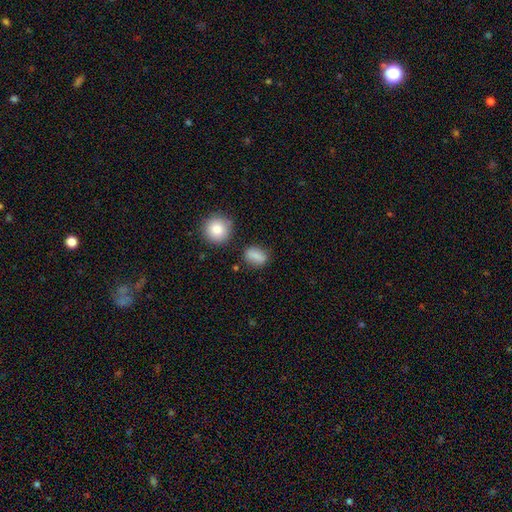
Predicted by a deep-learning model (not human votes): This is clearly a smooth galaxy (85%). How rounded: likely in between (68%). Merging: likely none (76%).